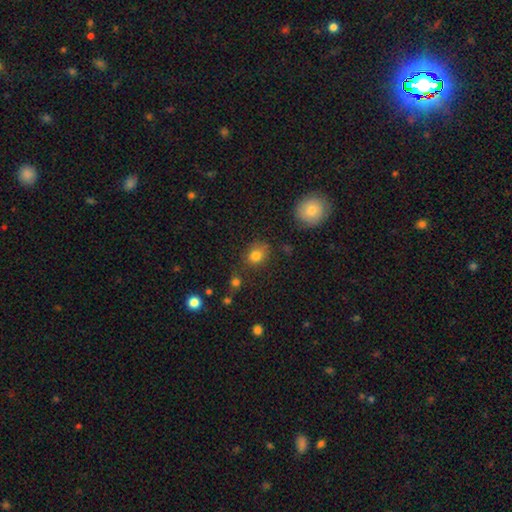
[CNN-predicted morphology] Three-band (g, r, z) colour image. It shows a smooth galaxy with no disk features (81%) that is round (63%). Merging: none (68%).